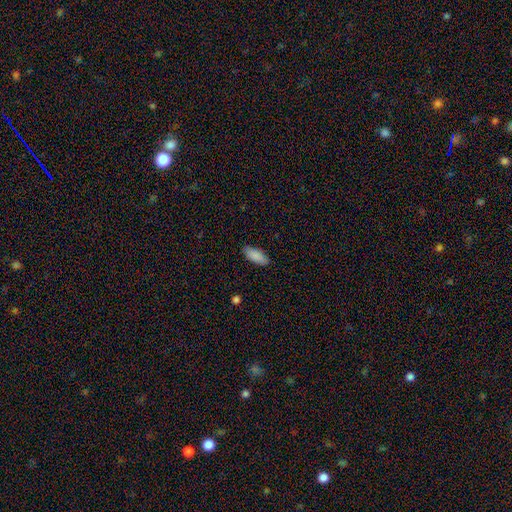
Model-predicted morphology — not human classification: type=smooth (89%); roundness=in between (82%); merging=none (87%).